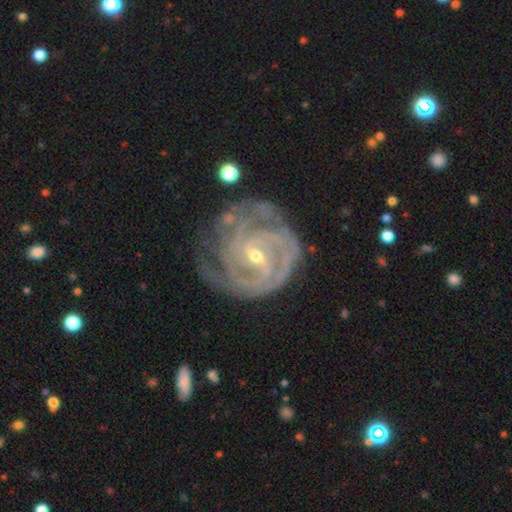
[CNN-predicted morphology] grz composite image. It shows a featured or disk galaxy (90%) with a weak bar (47%), tight (75%) spiral arms (97%) and a small central bulge (63%). Merging: none (61%).